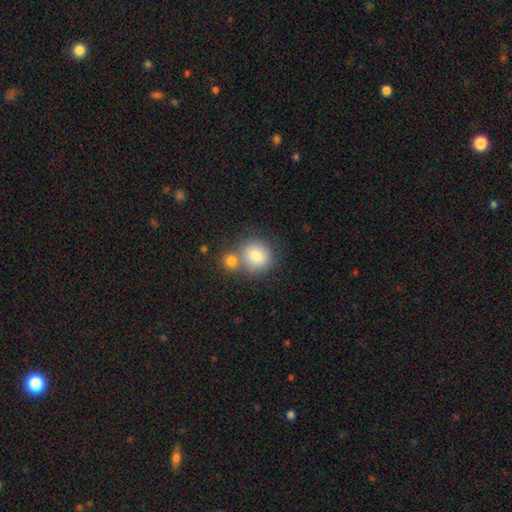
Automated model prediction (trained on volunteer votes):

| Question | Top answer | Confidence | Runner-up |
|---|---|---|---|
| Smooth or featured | smooth | 81% | featured or disk (10%) |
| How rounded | round | 82% | in between (17%) |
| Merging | none | 54% | merger (32%) |